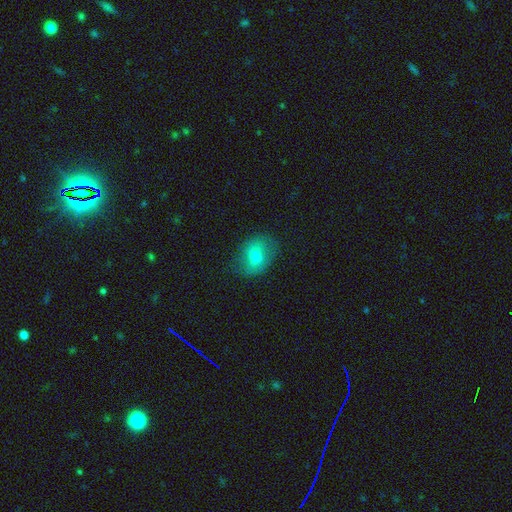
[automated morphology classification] Smooth or featured? smooth (64%)
How rounded? in between (67%)
Merging? none (72%)